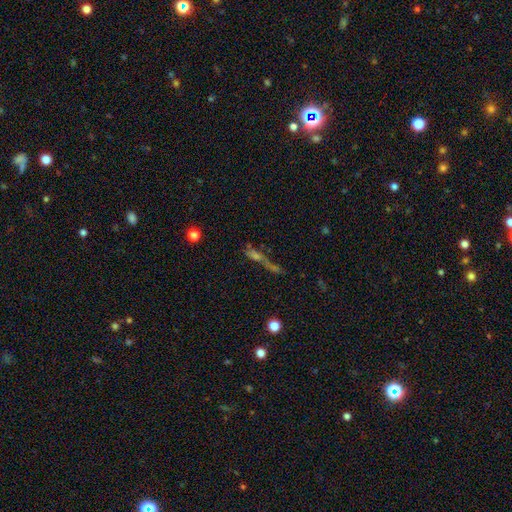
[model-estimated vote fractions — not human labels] smooth-or-featured: featured or disk: 42% | smooth: 30% | star or artifact: 28%
  merging: none: 40% | merger: 25% | major disturbance: 21% | minor disturbance: 15%